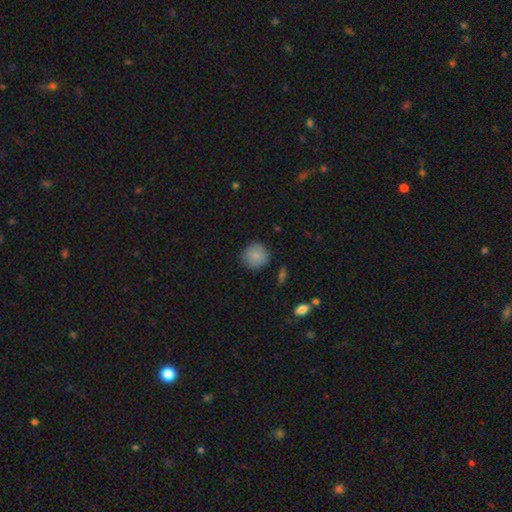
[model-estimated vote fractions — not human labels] Morphology: type=smooth (86%); roundness=round (90%); merging=none (80%).